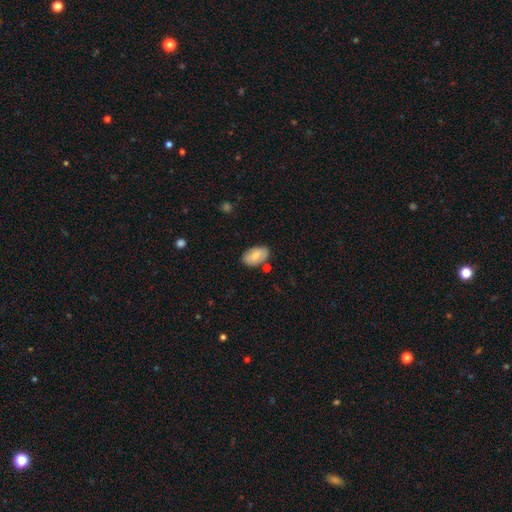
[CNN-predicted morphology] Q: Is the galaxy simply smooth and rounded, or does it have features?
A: smooth — 70%.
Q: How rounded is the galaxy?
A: in between — 92%.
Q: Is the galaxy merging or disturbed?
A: none — 76%.